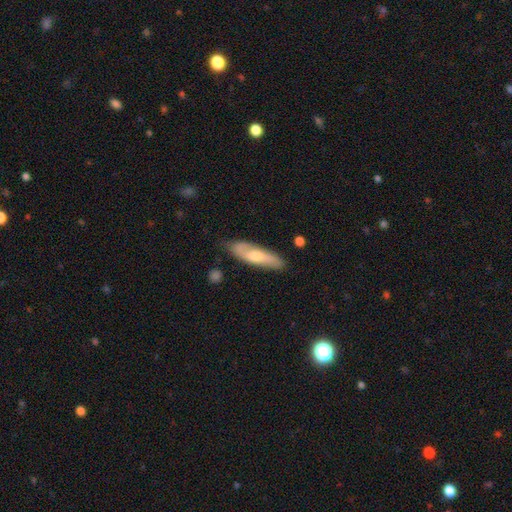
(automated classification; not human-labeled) Overall: smooth (51%; featured or disk 43%). How rounded: cigar-shaped (63%; in between 35%). Merging: none (76%).